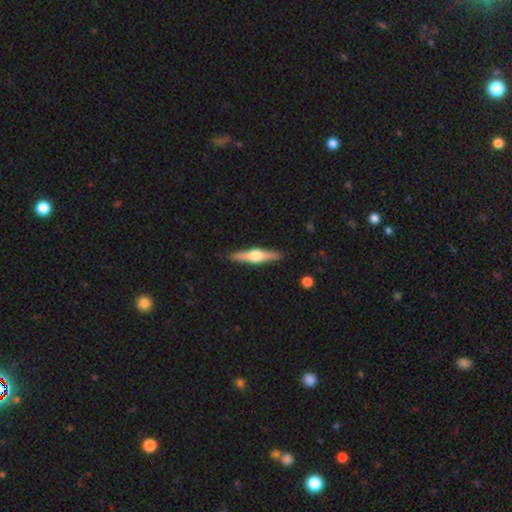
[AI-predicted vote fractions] Q: Smooth or featured?
A: featured or disk (68%); runner-up: smooth (28%)
Q: Edge-on disk?
A: yes (97%); runner-up: no (3%)
Q: Edge-on bulge?
A: rounded (93%); runner-up: boxy (5%)
Q: Merging?
A: none (90%); runner-up: minor disturbance (7%)